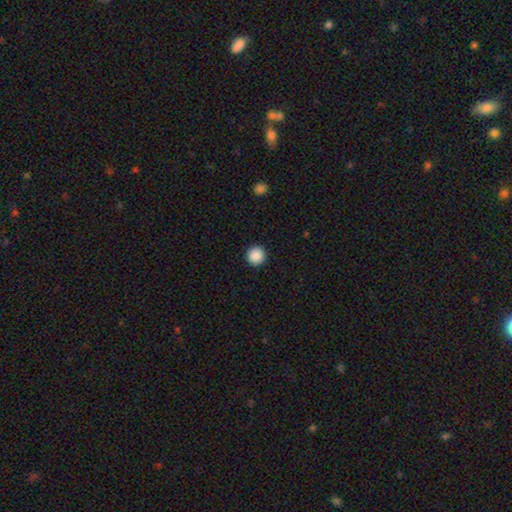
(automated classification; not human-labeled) smooth 89%, star or artifact 9%, featured or disk 2%. Down the decision tree: how rounded — round (96%); merging — none (94%).